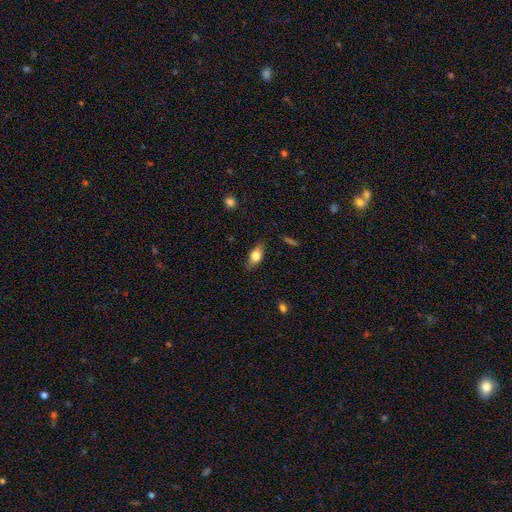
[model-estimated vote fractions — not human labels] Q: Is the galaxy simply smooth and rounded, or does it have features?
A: smooth — 70%.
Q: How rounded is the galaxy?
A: in between — 81%.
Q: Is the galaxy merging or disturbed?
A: none — 81%.